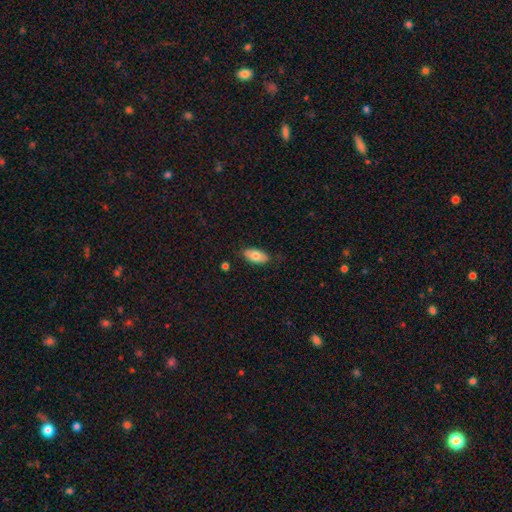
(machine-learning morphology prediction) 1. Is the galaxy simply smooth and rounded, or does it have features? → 77% smooth, 16% featured or disk, 7% star or artifact.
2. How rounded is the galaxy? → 92% in between, 5% cigar-shaped, 3% round.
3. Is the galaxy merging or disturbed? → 83% none, 13% minor disturbance, 2% major disturbance, 1% merger.